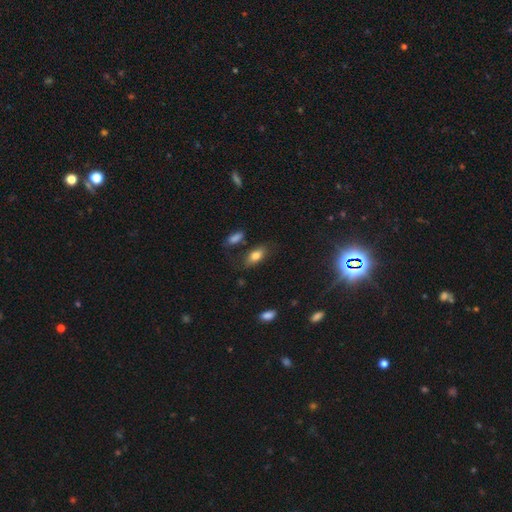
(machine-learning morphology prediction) Smooth or featured? Predicted: smooth (p=0.77). How rounded? Predicted: in between (p=0.85). Merging? Predicted: none (p=0.71).